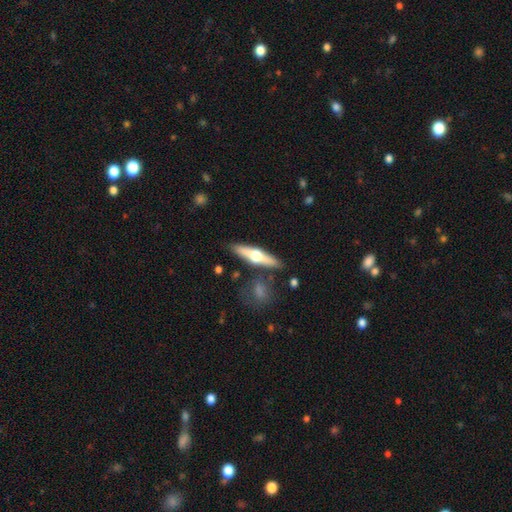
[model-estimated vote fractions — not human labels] A featured or disk galaxy (60%) viewed edge-on (93%) with a rounded central bulge (95%). Merging: none (83%).